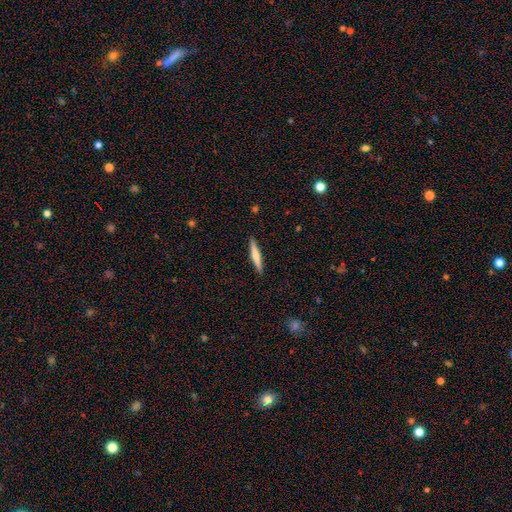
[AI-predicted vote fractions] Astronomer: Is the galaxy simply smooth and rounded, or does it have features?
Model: smooth — 49% (runner-up: featured or disk, 45%).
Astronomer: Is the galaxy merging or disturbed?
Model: none — 91%.